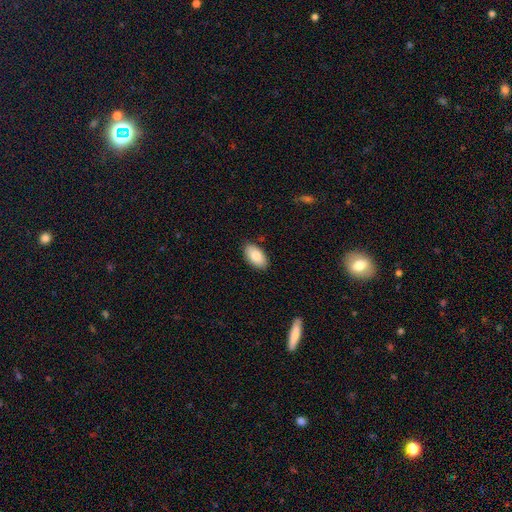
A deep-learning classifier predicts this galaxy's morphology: Overall: smooth (82%). How rounded: in between (95%). Merging: none (87%).